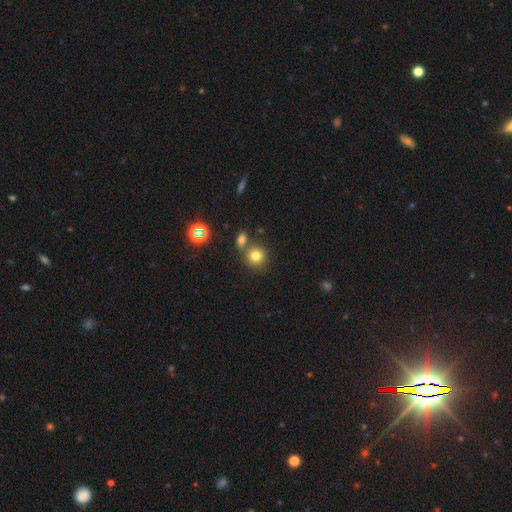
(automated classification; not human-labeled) smooth 76%, star or artifact 15%, featured or disk 9%. Down the decision tree: how rounded — round (88%); merging — none (65%).